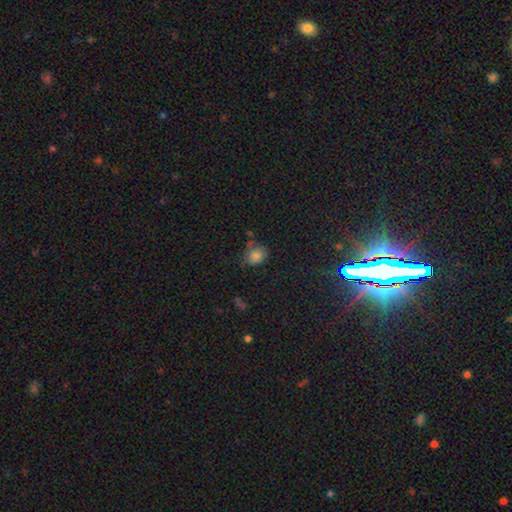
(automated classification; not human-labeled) smooth_or_featured: smooth (p=0.80) [alt: star or artifact p=0.12]
how_rounded: round (p=0.65) [alt: in between p=0.34]
merging: none (p=0.59) [alt: minor disturbance p=0.26]